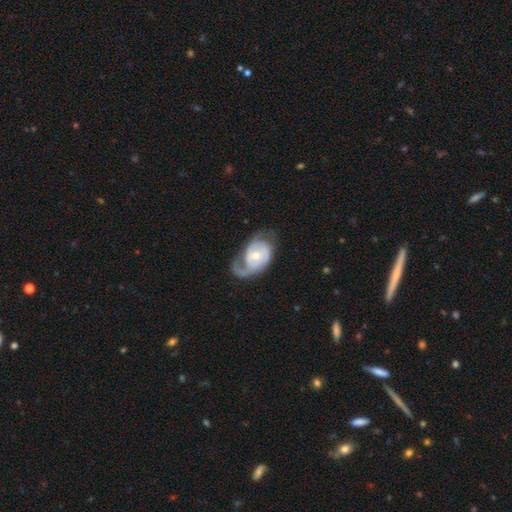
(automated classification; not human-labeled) This is clearly a featured or disk galaxy (80%). It is clearly not viewed edge-on (97%). Bar: likely no (66%). Spiral arm pattern: clearly yes (89%). Spiral arm count: possibly 2 (52%). Spiral winding: marginally medium (40%). Central bulge: possibly moderate (52%). Merging: marginally none (44%).